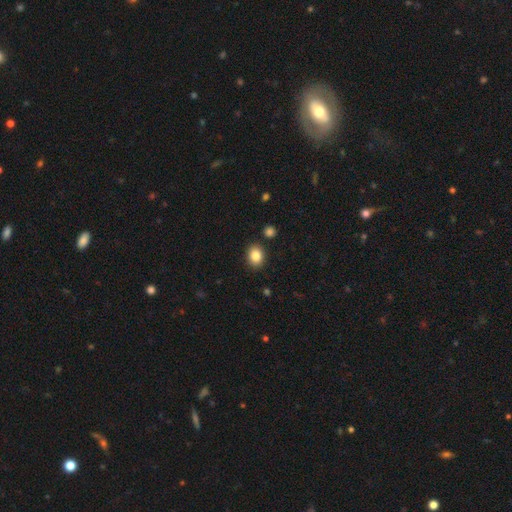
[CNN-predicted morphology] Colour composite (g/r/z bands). It shows a smooth galaxy with no disk features (85%) that is in between round and cigar-shaped (52%). Merging: none (88%).